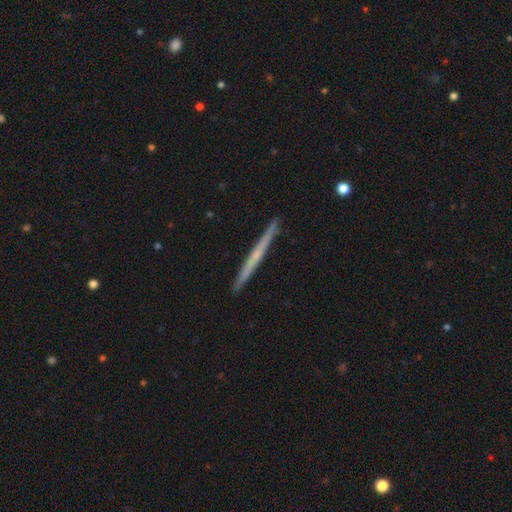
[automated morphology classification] Smooth or featured: featured or disk — 62% (smooth — 33%)
Edge-on disk: yes — 98% (no — 2%)
Edge-on bulge: none — 68% (rounded — 28%)
Merging: none — 93% (minor disturbance — 5%)